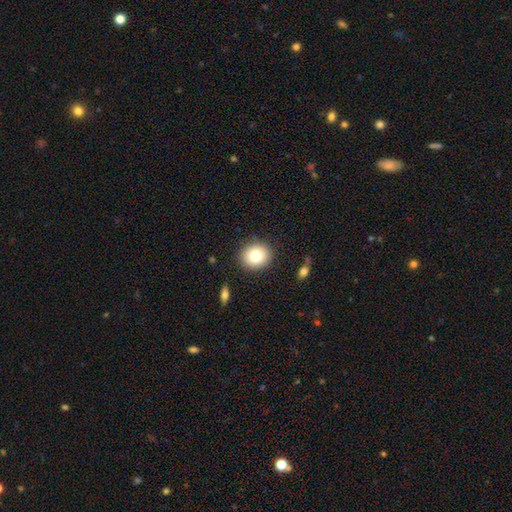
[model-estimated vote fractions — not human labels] The model was most divided on "how rounded": round: 77%, in between: 22%, cigar-shaped: 1%. More confident: merging — none (88%); smooth or featured — smooth (78%).